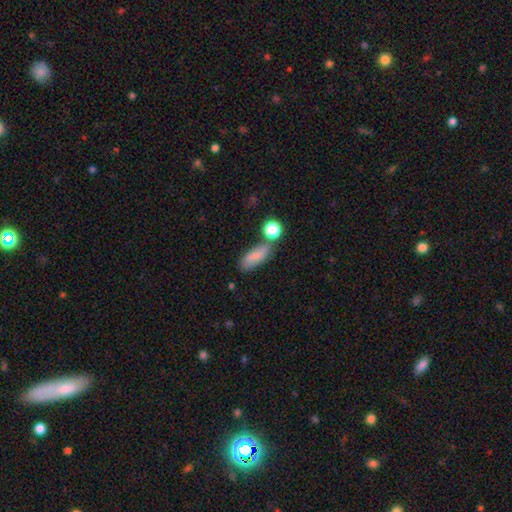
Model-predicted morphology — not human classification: The model was most divided on "merging": none: 61%, minor disturbance: 17%, merger: 15%, major disturbance: 6%. More confident: smooth or featured — smooth (81%); how rounded — in between (71%).